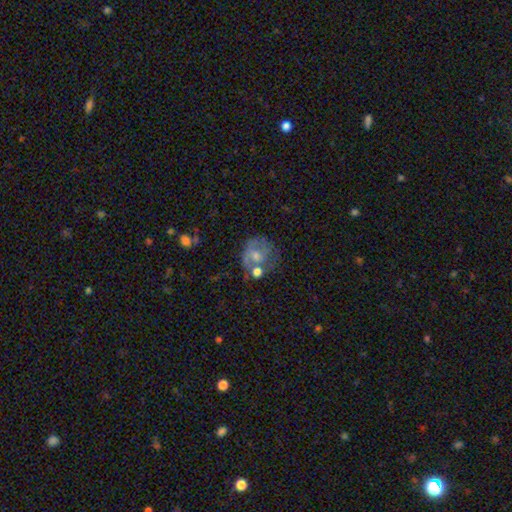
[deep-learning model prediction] Smooth or featured?
  - featured or disk: 50% *
  - smooth: 39%
  - star or artifact: 10%
Edge-on disk?
  - no: 97% *
  - yes: 3%
Merging?
  - none: 45% *
  - minor disturbance: 21%
  - merger: 20%
  - major disturbance: 14%